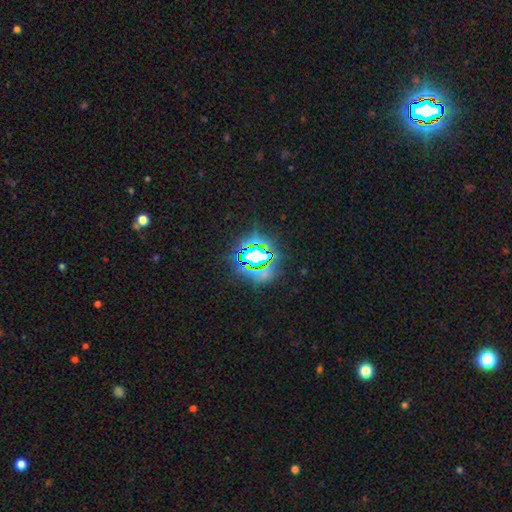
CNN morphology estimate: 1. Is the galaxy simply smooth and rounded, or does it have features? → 75% star or artifact, 15% smooth, 11% featured or disk.